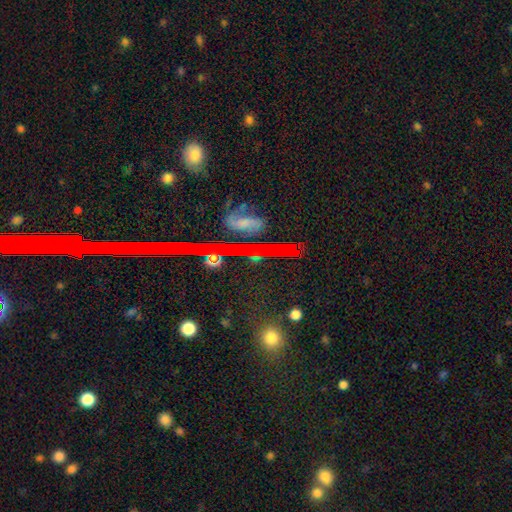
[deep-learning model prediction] The model was most divided on "smooth or featured": star or artifact: 54%, featured or disk: 23%, smooth: 23%.